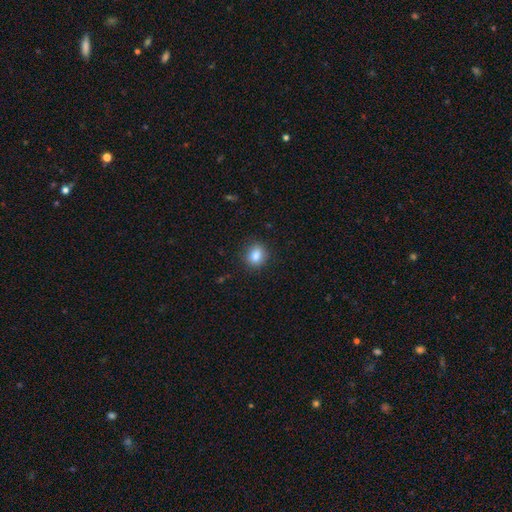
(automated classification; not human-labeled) smooth_or_featured: smooth (p=0.84) [alt: star or artifact p=0.10]
how_rounded: round (p=0.65) [alt: in between p=0.34]
merging: none (p=0.86) [alt: minor disturbance p=0.10]